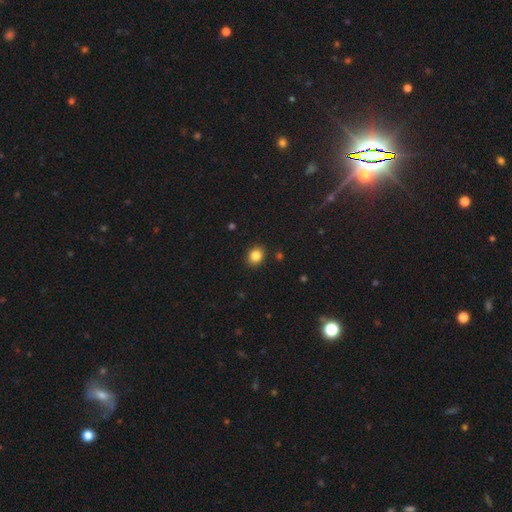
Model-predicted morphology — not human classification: Overall: smooth (85%). How rounded: round (68%; in between 31%). Merging: none (89%).